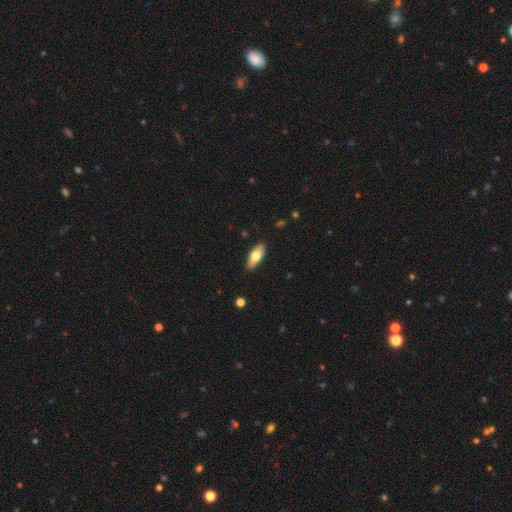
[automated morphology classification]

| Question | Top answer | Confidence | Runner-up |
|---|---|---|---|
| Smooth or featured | smooth | 69% | featured or disk (25%) |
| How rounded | in between | 81% | cigar-shaped (17%) |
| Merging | none | 88% | minor disturbance (9%) |